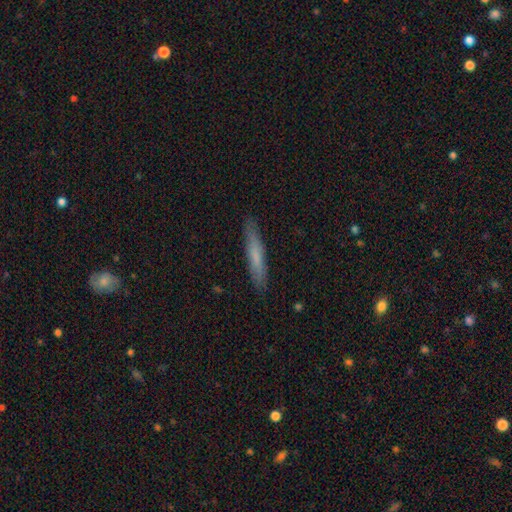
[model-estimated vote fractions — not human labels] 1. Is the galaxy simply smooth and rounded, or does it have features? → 66% smooth, 28% featured or disk, 6% star or artifact.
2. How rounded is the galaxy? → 93% cigar-shaped, 6% in between, 1% round.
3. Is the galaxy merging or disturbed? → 89% none, 9% minor disturbance, 2% major disturbance, 1% merger.